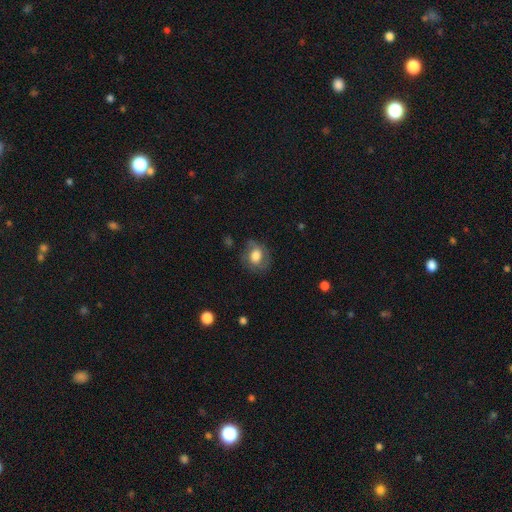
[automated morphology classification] Smooth or featured?
  - smooth: 50% *
  - featured or disk: 41%
  - star or artifact: 9%
How rounded?
  - round: 56% *
  - in between: 42%
  - cigar-shaped: 1%
Merging?
  - none: 68% *
  - minor disturbance: 21%
  - major disturbance: 10%
  - merger: 1%